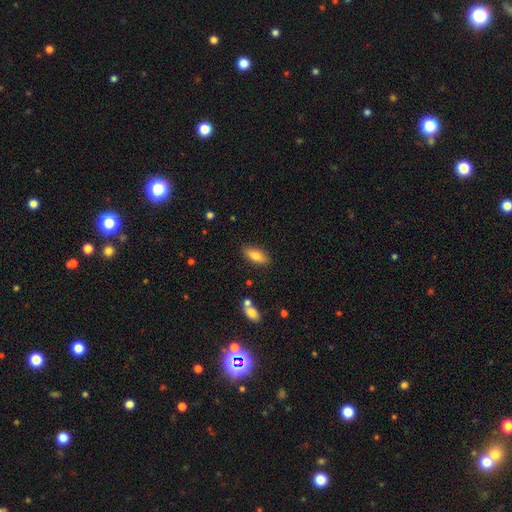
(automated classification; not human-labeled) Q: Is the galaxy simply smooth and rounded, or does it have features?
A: smooth — 79%.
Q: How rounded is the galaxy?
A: in between — 79%.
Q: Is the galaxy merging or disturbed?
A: none — 84%.